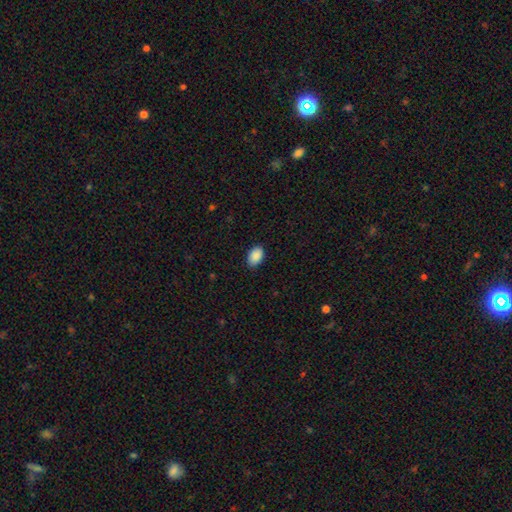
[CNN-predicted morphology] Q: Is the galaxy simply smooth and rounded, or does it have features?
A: smooth — 90%.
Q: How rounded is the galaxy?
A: in between — 88%.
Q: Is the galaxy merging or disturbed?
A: none — 87%.